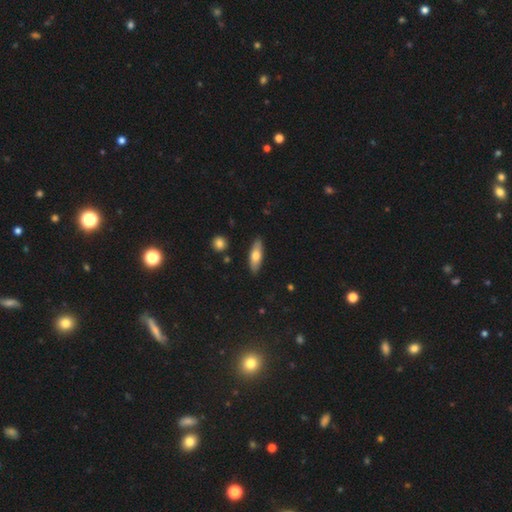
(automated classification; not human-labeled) smooth_or_featured: smooth (p=0.66) [alt: featured or disk p=0.28]
how_rounded: in between (p=0.60) [alt: cigar-shaped p=0.37]
merging: none (p=0.87) [alt: minor disturbance p=0.09]